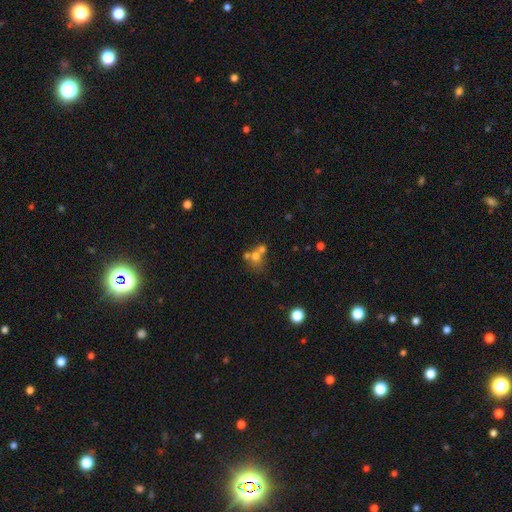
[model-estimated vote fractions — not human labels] Overall: smooth (60%; featured or disk 23%). How rounded: round (74%). Merging: merger (55%; none 33%).